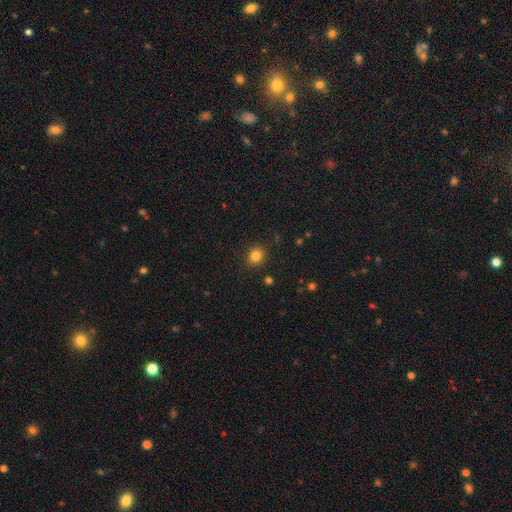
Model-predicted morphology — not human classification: Q: Smooth or featured?
A: smooth (82%); runner-up: star or artifact (12%)
Q: How rounded?
A: round (74%); runner-up: in between (26%)
Q: Merging?
A: none (88%); runner-up: minor disturbance (8%)